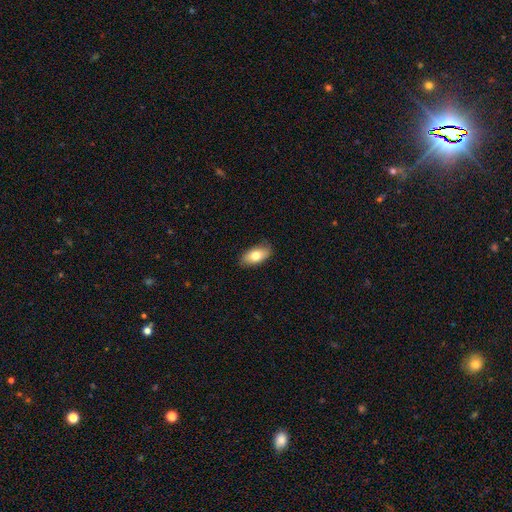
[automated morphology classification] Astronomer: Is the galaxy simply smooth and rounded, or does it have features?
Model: smooth — 75%.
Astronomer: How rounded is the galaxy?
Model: in between — 91%.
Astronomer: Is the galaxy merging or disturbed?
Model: none — 85%.